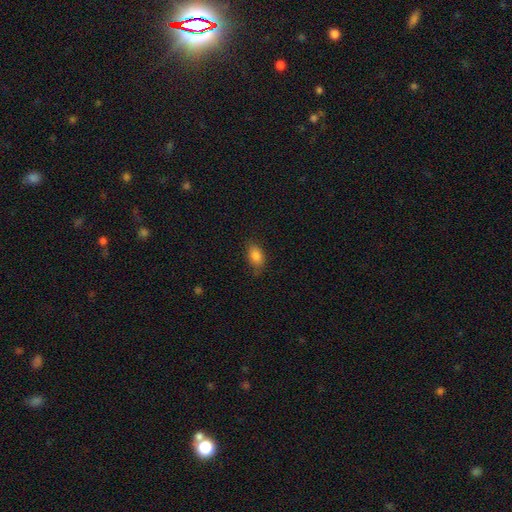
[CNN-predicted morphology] A smooth galaxy with no disk features (86%) that is in between round and cigar-shaped (89%).

Vote fractions:
- Smooth or featured? smooth: 86% / star or artifact: 8% / featured or disk: 6%
- How rounded? in between: 89% / round: 8% / cigar-shaped: 3%
- Merging? none: 76% / minor disturbance: 18% / major disturbance: 4% / merger: 1%